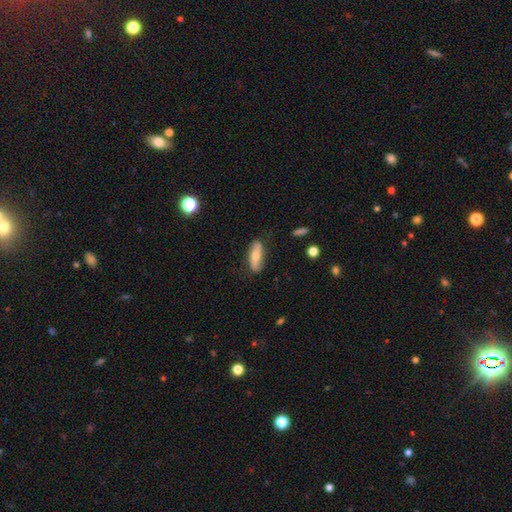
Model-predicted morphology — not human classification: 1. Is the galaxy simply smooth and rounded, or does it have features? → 63% smooth, 31% featured or disk, 6% star or artifact.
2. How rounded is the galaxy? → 52% in between, 45% cigar-shaped, 3% round.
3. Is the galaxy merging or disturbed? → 78% none, 17% minor disturbance, 4% major disturbance, 2% merger.